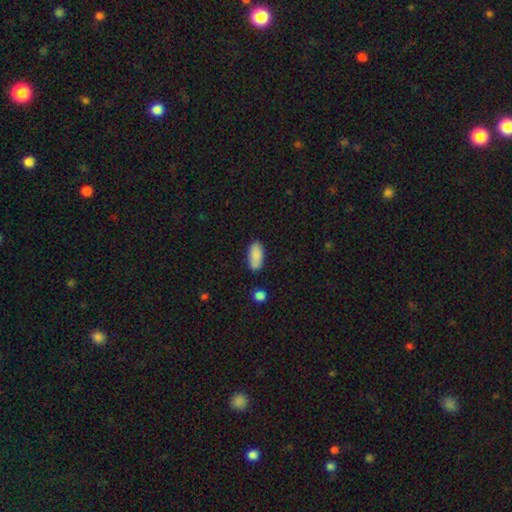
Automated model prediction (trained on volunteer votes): Smooth or featured? smooth (88%)
How rounded? in between (90%)
Merging? none (79%)